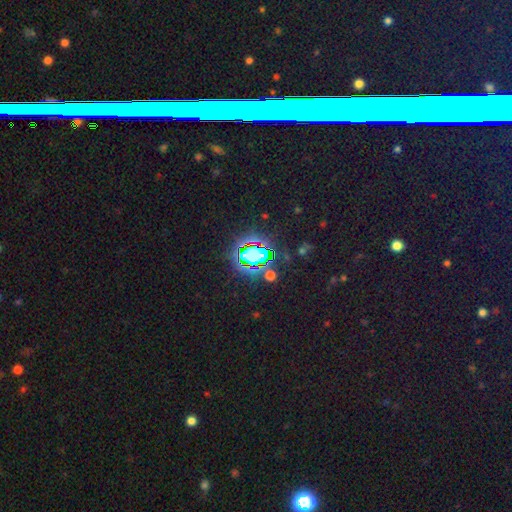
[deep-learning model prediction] A star or artifact, not a galaxy (77%).

Vote fractions:
- Smooth or featured? star or artifact: 77% / smooth: 12% / featured or disk: 11%